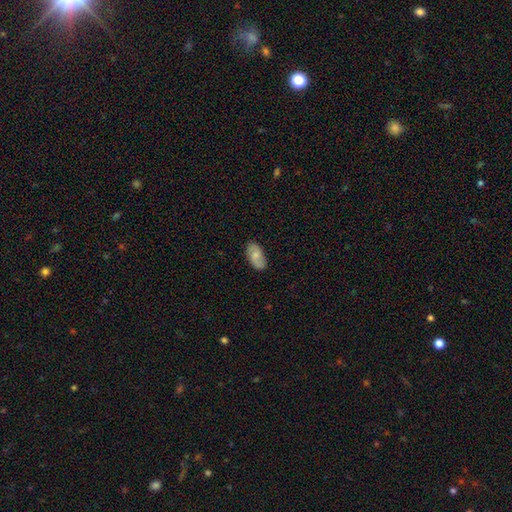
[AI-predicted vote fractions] This is likely a smooth galaxy (61%). How rounded: clearly in between (94%). Merging: clearly none (82%).